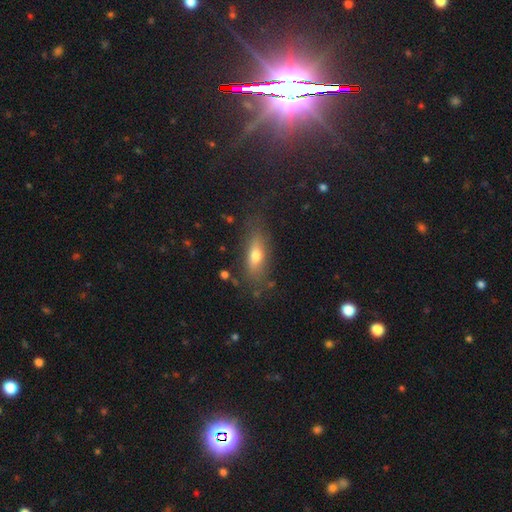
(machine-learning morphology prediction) Smooth or featured?
  - smooth: 66% *
  - featured or disk: 24%
  - star or artifact: 10%
How rounded?
  - in between: 64% *
  - cigar-shaped: 31%
  - round: 5%
Merging?
  - none: 72% *
  - minor disturbance: 18%
  - major disturbance: 8%
  - merger: 3%